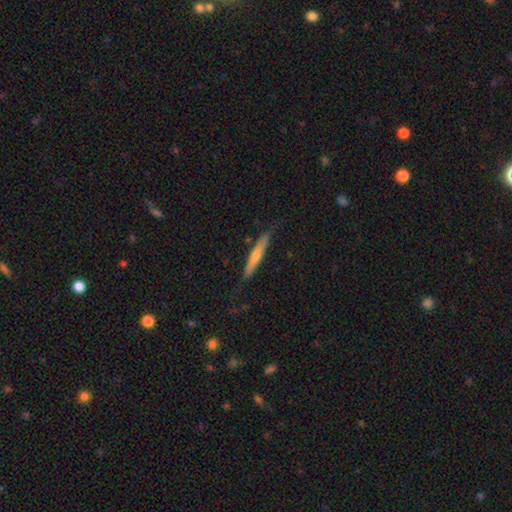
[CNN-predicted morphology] type=featured or disk (61%); edge-on=yes (96%); edge-on bulge=rounded (73%); merging=none (85%).